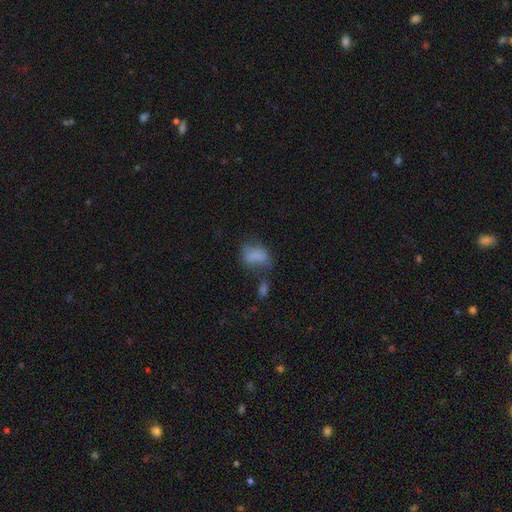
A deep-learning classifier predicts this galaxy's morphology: Smooth or featured? Predicted: smooth (p=0.73). How rounded? Predicted: in between (p=0.84). Merging? Predicted: none (p=0.33).